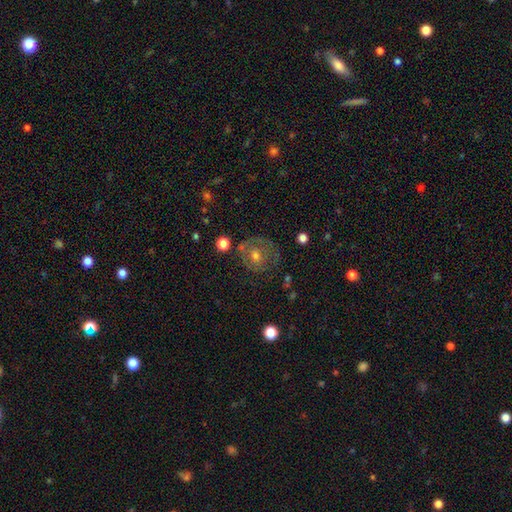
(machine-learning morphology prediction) Smooth or featured? Predicted: featured or disk (p=0.49). Merging? Predicted: none (p=0.65).